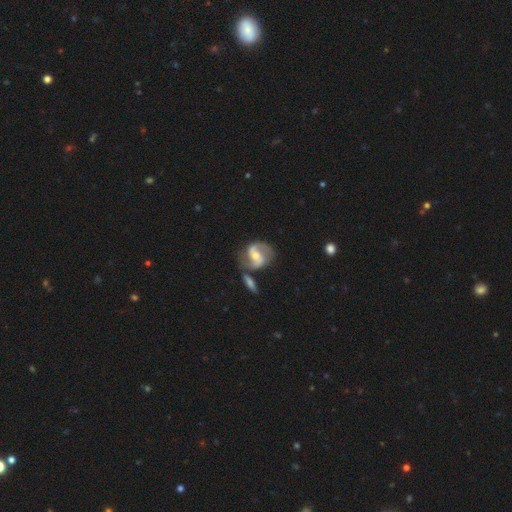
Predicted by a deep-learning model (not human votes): A featured or disk galaxy (88%) with a weak bar (44%), 2 (92%) medium (55%) spiral arms (97%) and a moderate central bulge (57%). Merging: none (64%).